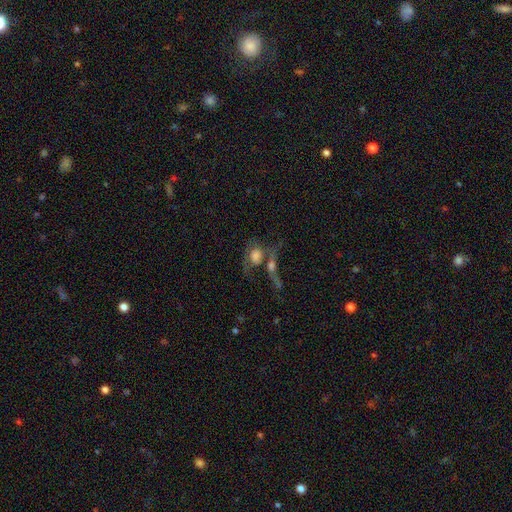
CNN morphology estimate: smooth 48%, featured or disk 39%, star or artifact 13%. Down the decision tree: merging — merger (49%).